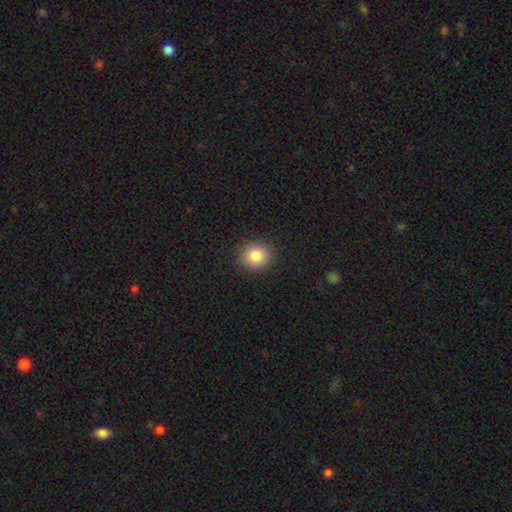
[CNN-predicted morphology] Overall: smooth (84%). How rounded: round (82%). Merging: none (90%).